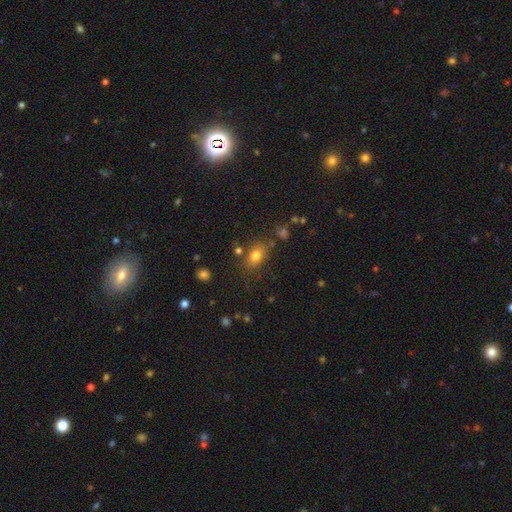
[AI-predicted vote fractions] A smooth galaxy with no disk features (77%) that is in between round and cigar-shaped (77%).

Vote fractions:
- Smooth or featured? smooth: 77% / star or artifact: 13% / featured or disk: 10%
- How rounded? in between: 77% / round: 20% / cigar-shaped: 2%
- Merging? none: 74% / minor disturbance: 14% / merger: 7% / major disturbance: 5%